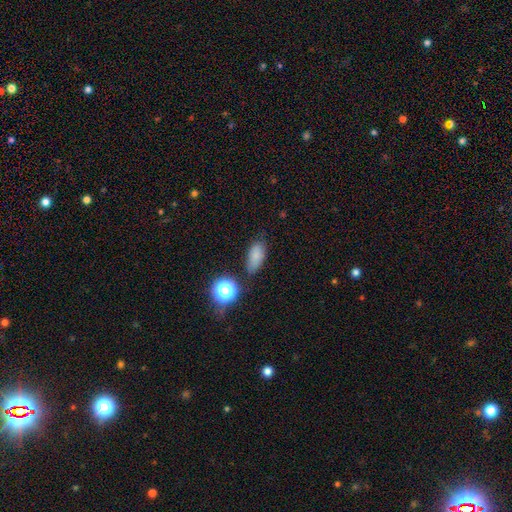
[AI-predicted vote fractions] smooth_or_featured: smooth (p=0.76) [alt: star or artifact p=0.15]
how_rounded: in between (p=0.83) [alt: round p=0.10]
merging: none (p=0.69) [alt: minor disturbance p=0.21]